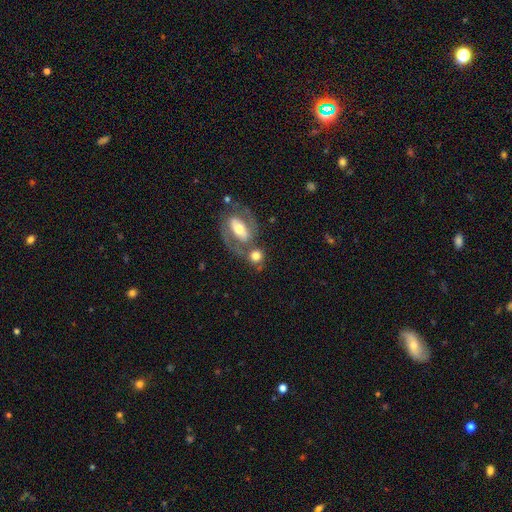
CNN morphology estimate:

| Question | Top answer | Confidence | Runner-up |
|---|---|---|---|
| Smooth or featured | smooth | 60% | featured or disk (32%) |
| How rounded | round | 72% | in between (25%) |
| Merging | none | 45% | merger (35%) |